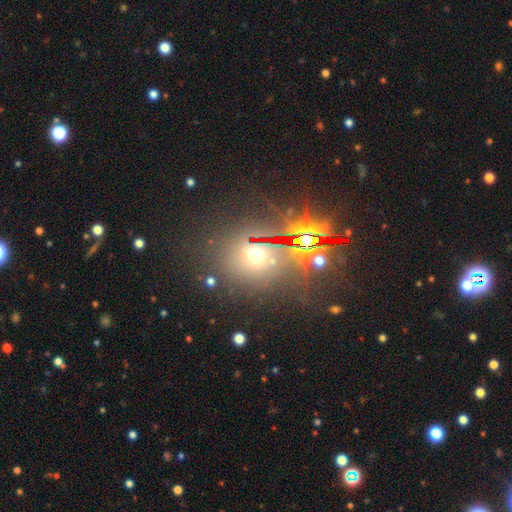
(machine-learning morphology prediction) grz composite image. It shows a smooth galaxy with no disk features (46%). Merging: none (75%).